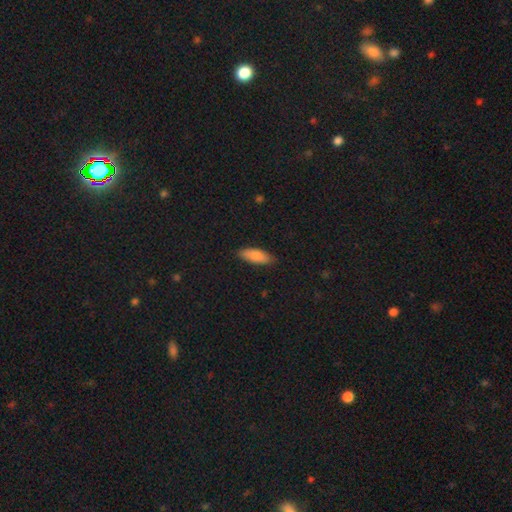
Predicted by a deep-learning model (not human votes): This appears to be a smooth galaxy with no disk features (84%) that is in between round and cigar-shaped (74%). Merging: none (84%).